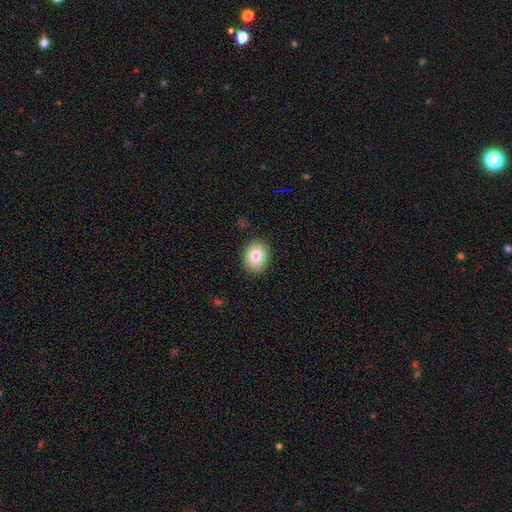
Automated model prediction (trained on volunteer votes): Smooth or featured? Predicted: smooth (p=0.83). How rounded? Predicted: in between (p=0.60). Merging? Predicted: none (p=0.88).